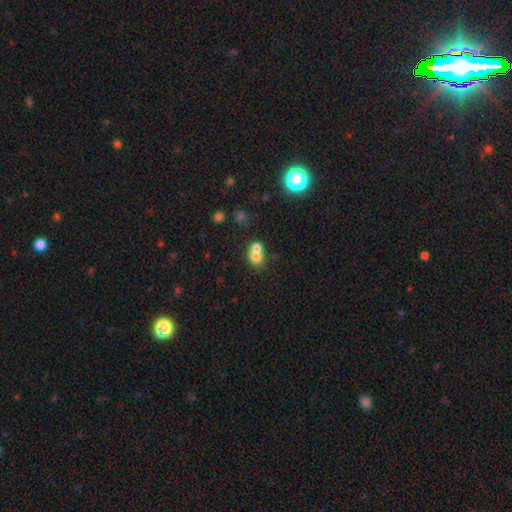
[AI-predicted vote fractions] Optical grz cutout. It shows a smooth galaxy with no disk features (73%) that is round (67%). Merging: merger (64%).